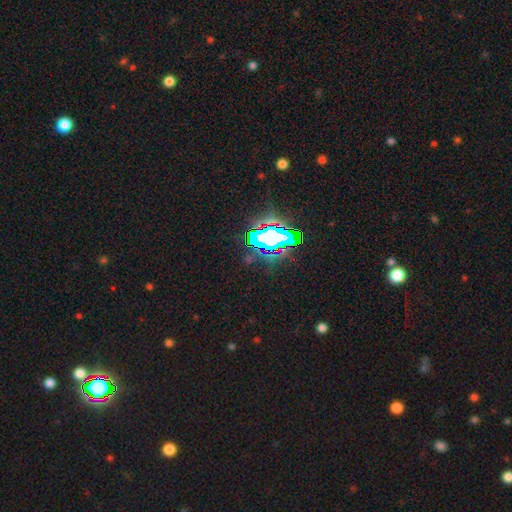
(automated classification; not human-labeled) Smooth or featured? star or artifact (81%)